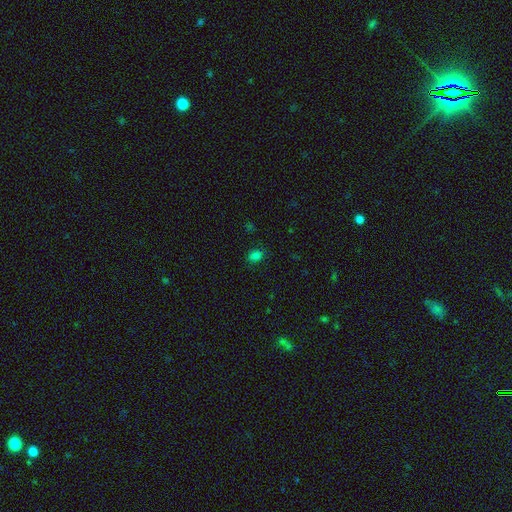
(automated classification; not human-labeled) Overall: smooth (79%). How rounded: in between (64%; round 35%). Merging: none (84%).